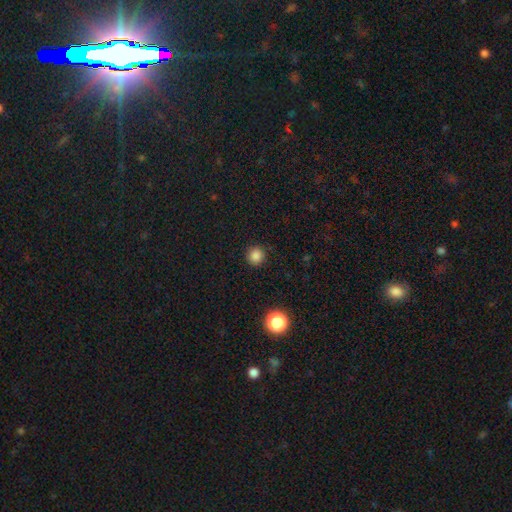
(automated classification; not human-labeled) Smooth or featured? smooth (84%)
How rounded? round (94%)
Merging? none (92%)